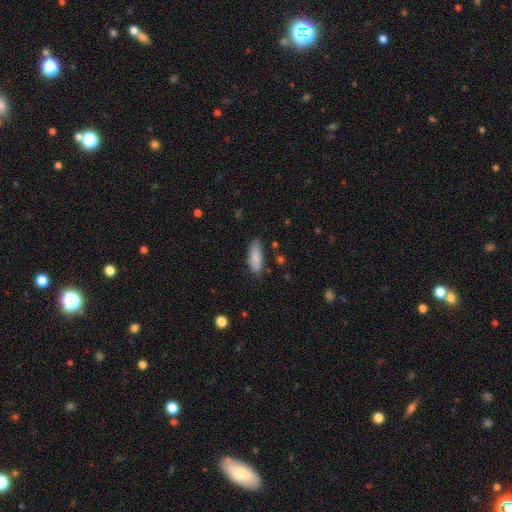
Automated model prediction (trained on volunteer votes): smooth_or_featured: smooth (p=0.86) [alt: featured or disk p=0.08]
how_rounded: in between (p=0.62) [alt: cigar-shaped p=0.36]
merging: none (p=0.82) [alt: minor disturbance p=0.14]